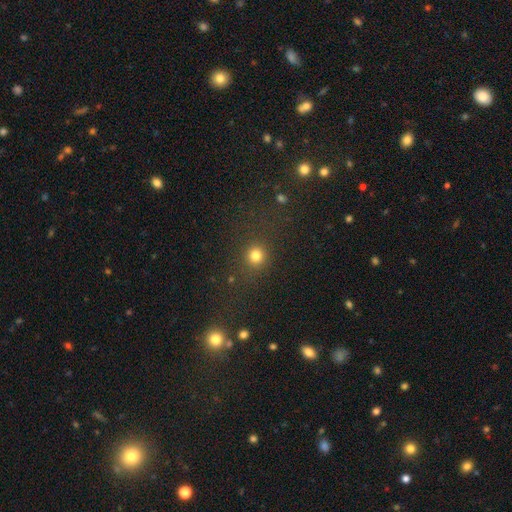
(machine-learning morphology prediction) A smooth galaxy with no disk features (79%) that is round (88%). Merging: none (80%).